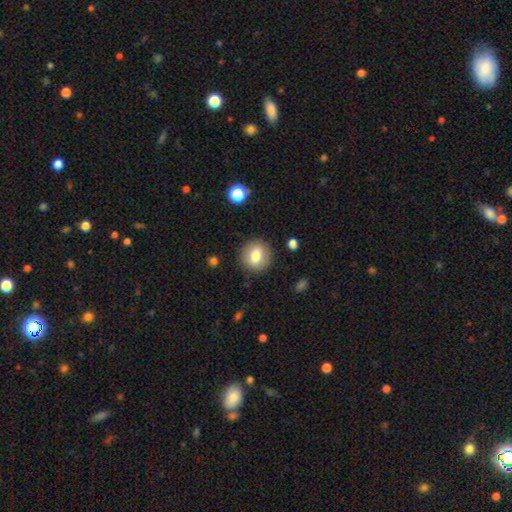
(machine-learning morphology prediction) Smooth or featured: smooth — 77% (featured or disk — 15%)
How rounded: round — 82% (in between — 17%)
Merging: none — 87% (minor disturbance — 8%)